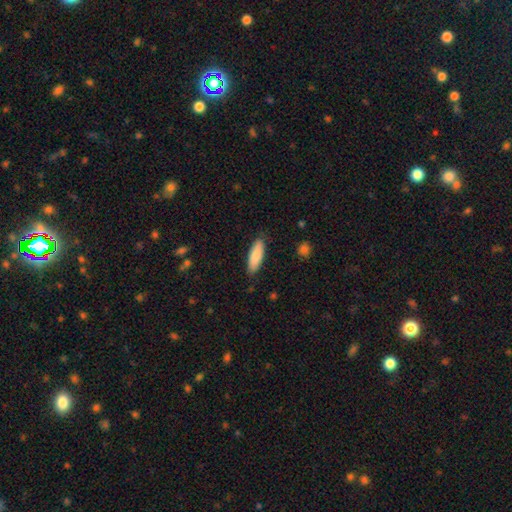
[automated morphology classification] Smooth or featured?
  - smooth: 84% *
  - featured or disk: 11%
  - star or artifact: 6%
How rounded?
  - in between: 58% *
  - cigar-shaped: 41%
  - round: 2%
Merging?
  - none: 85% *
  - minor disturbance: 11%
  - major disturbance: 2%
  - merger: 1%